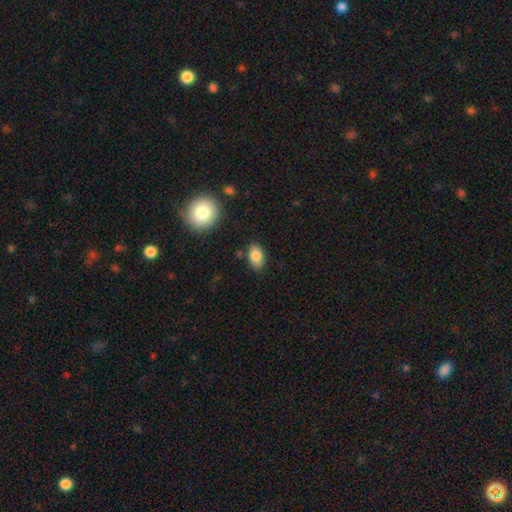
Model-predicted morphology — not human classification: The model was most divided on "merging": none: 81%, minor disturbance: 13%, major disturbance: 3%, merger: 3%. More confident: how rounded — in between (91%); smooth or featured — smooth (84%).